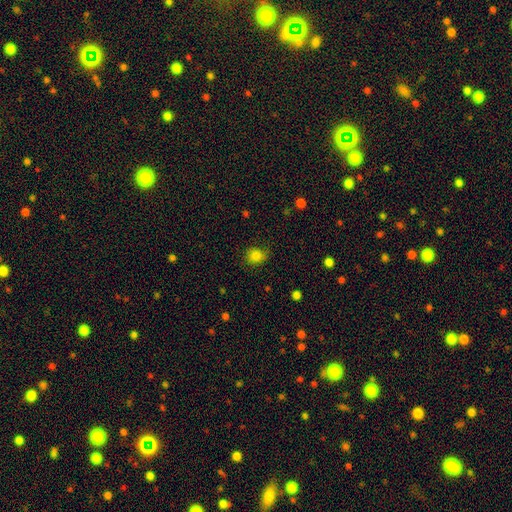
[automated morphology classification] Smooth or featured? Predicted: smooth (p=0.84). How rounded? Predicted: round (p=0.70). Merging? Predicted: none (p=0.74).